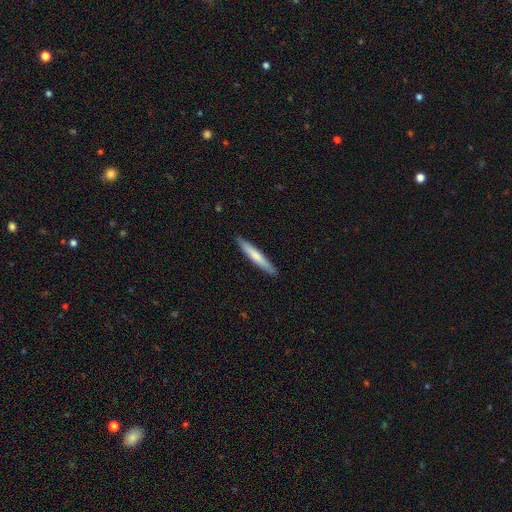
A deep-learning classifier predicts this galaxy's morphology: Smooth or featured: smooth — 67% (featured or disk — 28%)
How rounded: cigar-shaped — 94% (in between — 5%)
Merging: none — 89% (minor disturbance — 8%)